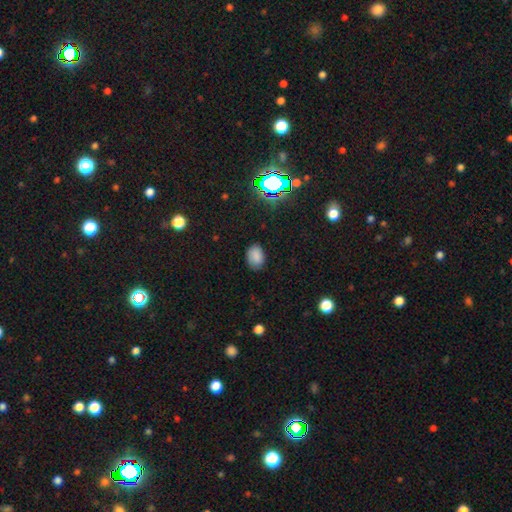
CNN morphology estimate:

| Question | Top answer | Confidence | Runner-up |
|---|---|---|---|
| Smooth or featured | smooth | 79% | star or artifact (14%) |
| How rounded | in between | 80% | round (19%) |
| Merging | none | 79% | minor disturbance (16%) |